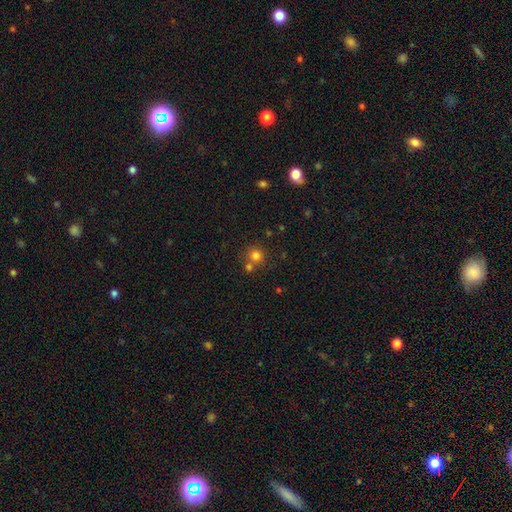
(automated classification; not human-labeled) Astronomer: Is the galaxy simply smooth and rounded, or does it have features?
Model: smooth — 78%.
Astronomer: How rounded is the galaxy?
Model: round — 91%.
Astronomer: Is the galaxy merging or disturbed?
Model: none — 64%.